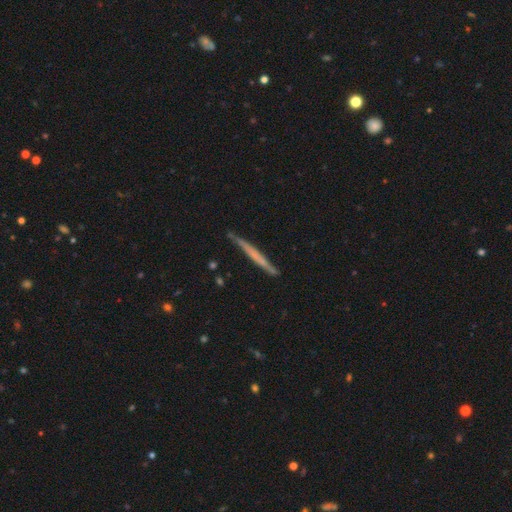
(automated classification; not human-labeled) Smooth or featured? featured or disk (49%)
Merging? none (85%)